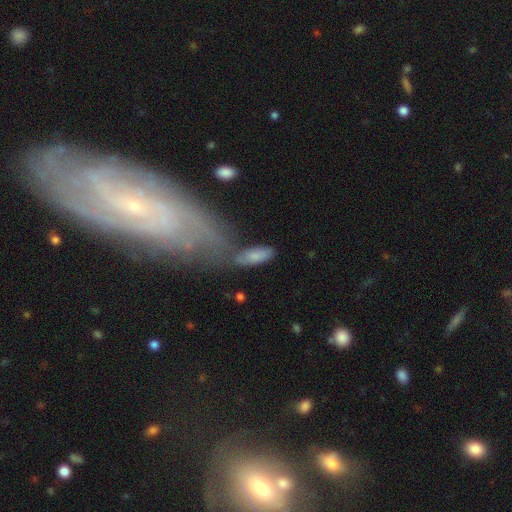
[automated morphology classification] A smooth galaxy with no disk features (77%) that is in between round and cigar-shaped (68%). Merging: none (57%).